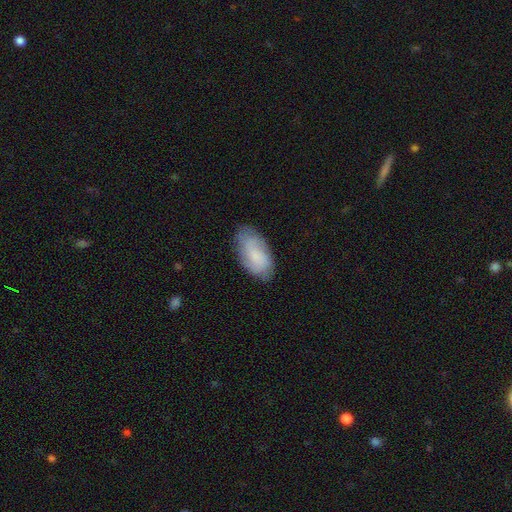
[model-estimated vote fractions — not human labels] Q: Smooth or featured?
A: smooth (63%); runner-up: featured or disk (30%)
Q: How rounded?
A: in between (94%); runner-up: cigar-shaped (3%)
Q: Merging?
A: none (75%); runner-up: minor disturbance (20%)